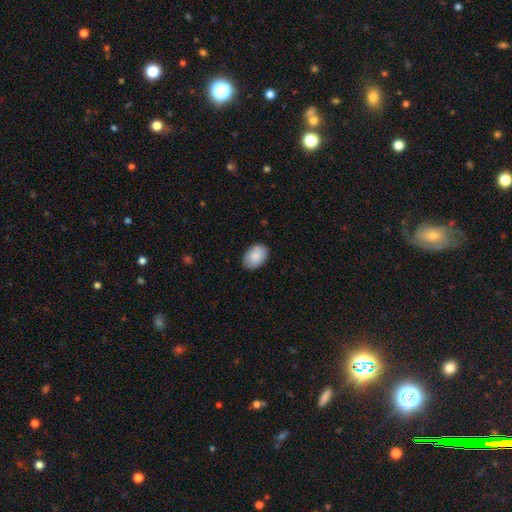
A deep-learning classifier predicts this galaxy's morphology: This appears to be a smooth galaxy with no disk features (89%) that is in between round and cigar-shaped (86%). Merging: none (87%).